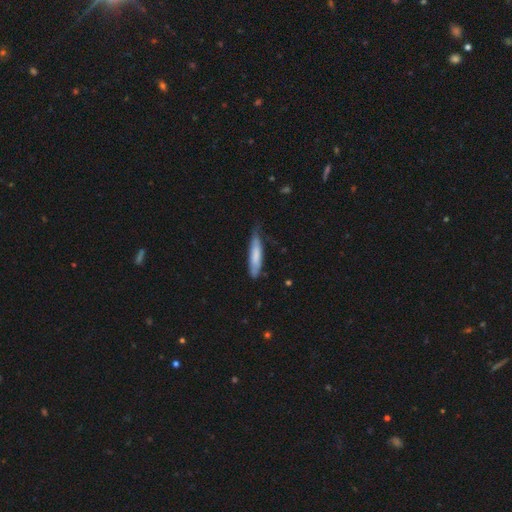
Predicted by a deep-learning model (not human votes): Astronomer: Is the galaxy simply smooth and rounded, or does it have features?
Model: smooth — 72%.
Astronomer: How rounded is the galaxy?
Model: cigar-shaped — 80%.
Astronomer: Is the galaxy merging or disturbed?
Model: none — 51% (runner-up: minor disturbance, 38%).